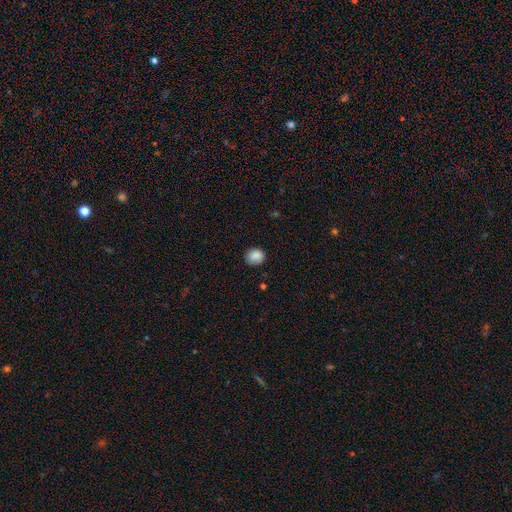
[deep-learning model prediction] Overall: smooth (86%). How rounded: round (76%). Merging: none (78%).